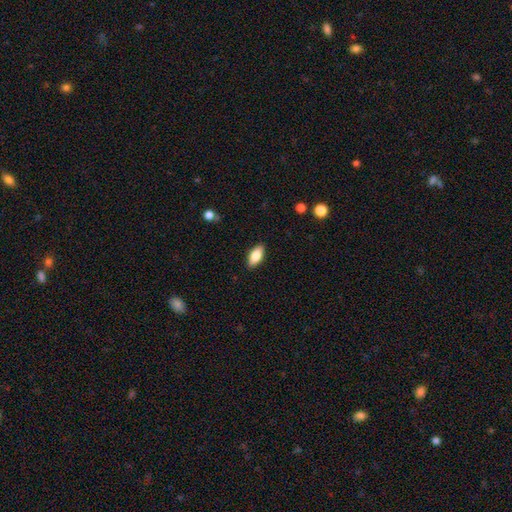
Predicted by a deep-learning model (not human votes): A smooth galaxy with no disk features (79%) that is in between round and cigar-shaped (88%).

Vote fractions:
- Smooth or featured? smooth: 79% / featured or disk: 14% / star or artifact: 7%
- How rounded? in between: 88% / cigar-shaped: 9% / round: 3%
- Merging? none: 89% / minor disturbance: 8% / major disturbance: 2% / merger: 1%